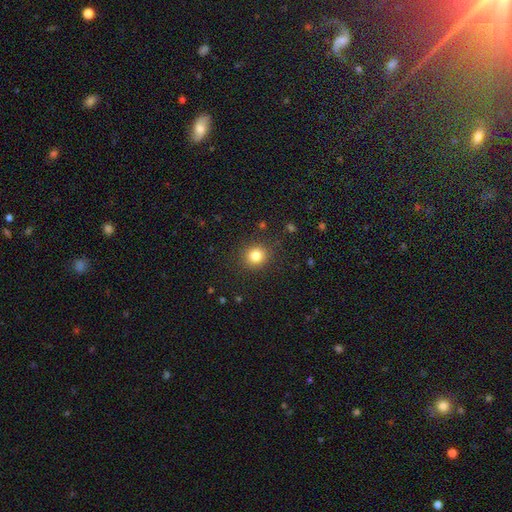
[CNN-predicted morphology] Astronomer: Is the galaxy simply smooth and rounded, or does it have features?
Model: smooth — 82%.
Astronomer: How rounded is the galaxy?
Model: round — 86%.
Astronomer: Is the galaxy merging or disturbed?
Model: none — 89%.